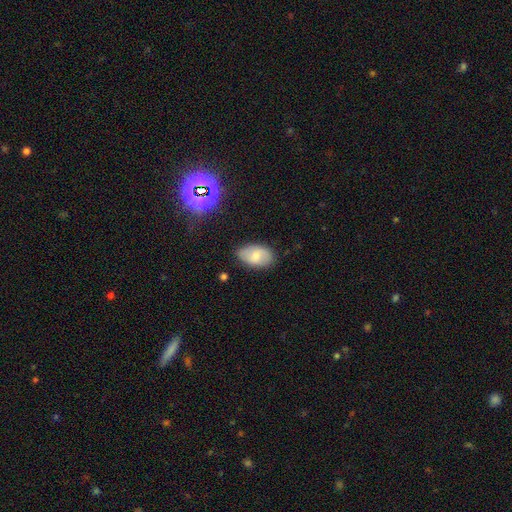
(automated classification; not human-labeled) The model was most divided on "smooth or featured": smooth: 70%, featured or disk: 21%, star or artifact: 8%. More confident: how rounded — in between (92%); merging — none (79%).